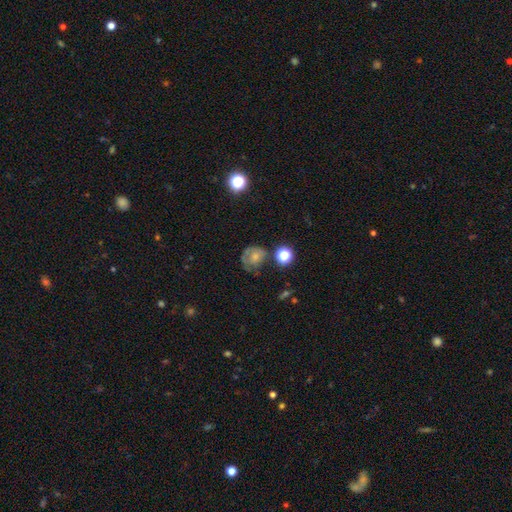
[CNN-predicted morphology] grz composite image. It shows a featured or disk galaxy (42%). Merging: none (54%).